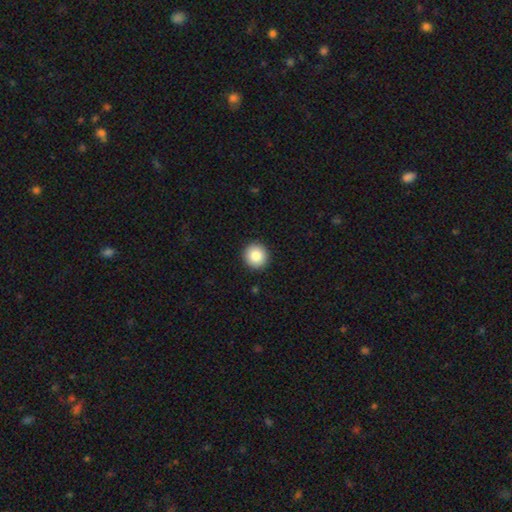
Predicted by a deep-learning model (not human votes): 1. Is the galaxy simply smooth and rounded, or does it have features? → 85% smooth, 8% star or artifact, 6% featured or disk.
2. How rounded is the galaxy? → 93% round, 6% in between, 1% cigar-shaped.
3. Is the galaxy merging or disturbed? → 93% none, 5% minor disturbance, 1% major disturbance, 1% merger.